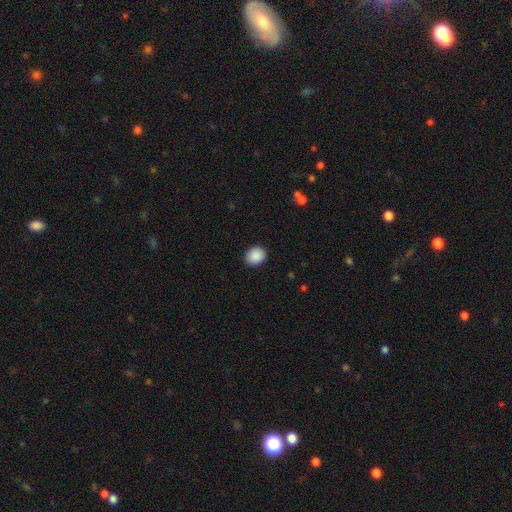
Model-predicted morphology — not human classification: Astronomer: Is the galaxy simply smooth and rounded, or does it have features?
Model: smooth — 90%.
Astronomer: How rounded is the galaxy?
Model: round — 64%.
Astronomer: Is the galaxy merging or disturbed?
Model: none — 90%.